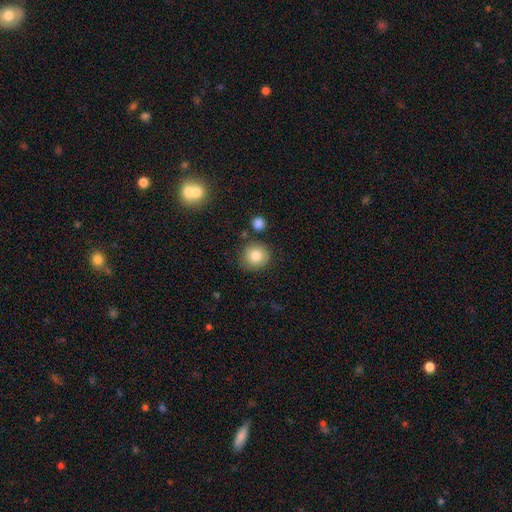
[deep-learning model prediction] Smooth or featured: smooth — 83% (star or artifact — 9%)
How rounded: round — 88% (in between — 11%)
Merging: none — 81% (minor disturbance — 11%)